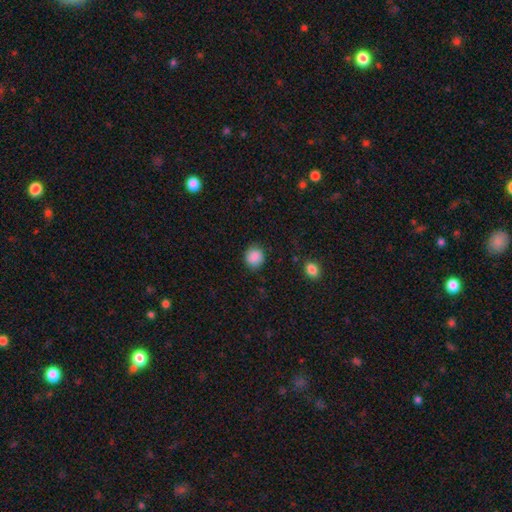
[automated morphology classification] smooth 86%, star or artifact 8%, featured or disk 6%. Down the decision tree: how rounded — round (82%); merging — none (83%).